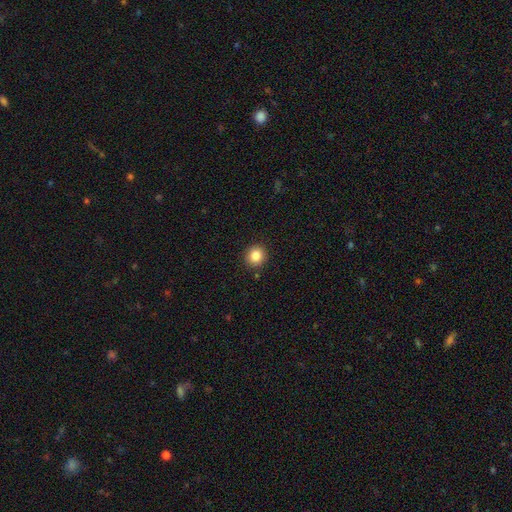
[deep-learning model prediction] Smooth or featured? smooth (84%)
How rounded? round (89%)
Merging? none (90%)